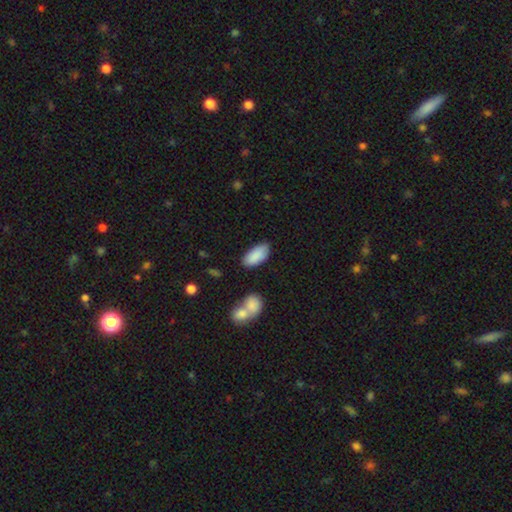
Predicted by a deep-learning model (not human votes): smooth-or-featured: smooth: 88% | star or artifact: 6% | featured or disk: 6%
  how-rounded: in between: 90% | cigar-shaped: 8% | round: 2%
  merging: none: 77% | minor disturbance: 15% | merger: 5% | major disturbance: 3%